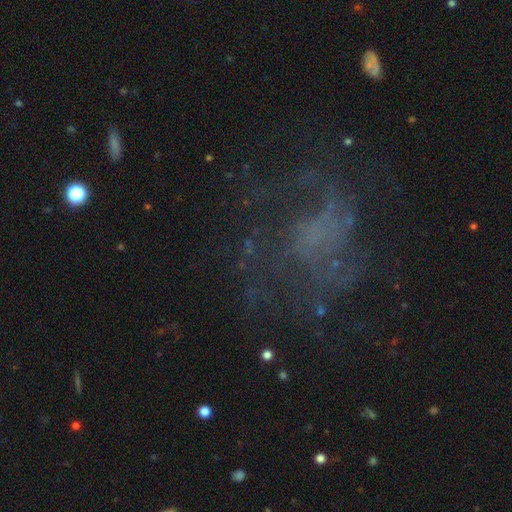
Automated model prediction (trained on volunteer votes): Smooth or featured?
  - featured or disk: 60% *
  - star or artifact: 23%
  - smooth: 18%
Edge-on disk?
  - no: 97% *
  - yes: 3%
Bar?
  - no: 78% *
  - weak: 18%
  - strong: 4%
Spiral arms?
  - yes: 55% *
  - no: 45%
Bulge size?
  - none: 63% *
  - small: 22%
  - moderate: 10%
  - large: 3%
  - dominant: 1%
Merging?
  - none: 52% *
  - major disturbance: 30%
  - minor disturbance: 15%
  - merger: 3%